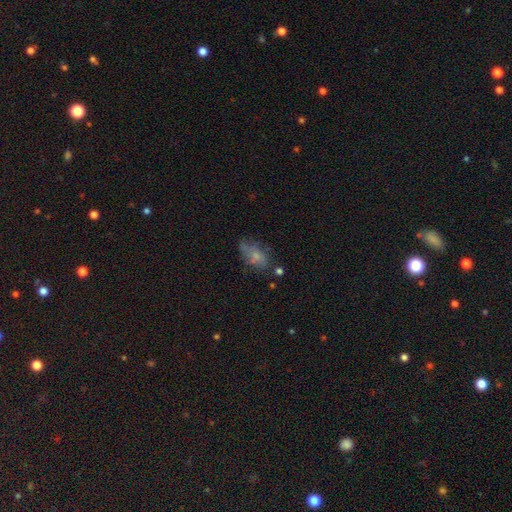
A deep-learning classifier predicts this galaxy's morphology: smooth 61%, featured or disk 27%, star or artifact 11%. Down the decision tree: how rounded — in between (87%); merging — none (48%).